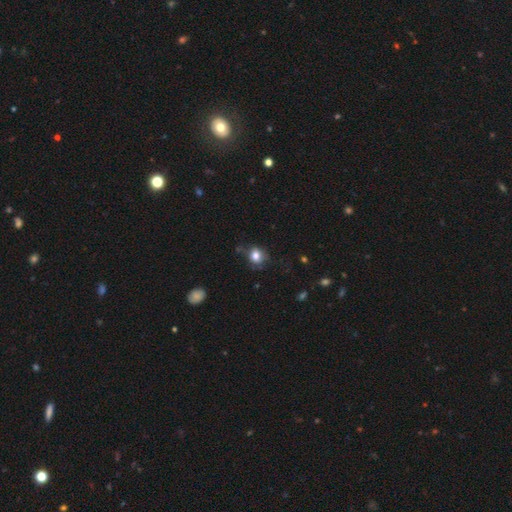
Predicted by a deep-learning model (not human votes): Morphology: type=smooth (80%); roundness=round (60%); merging=none (65%).